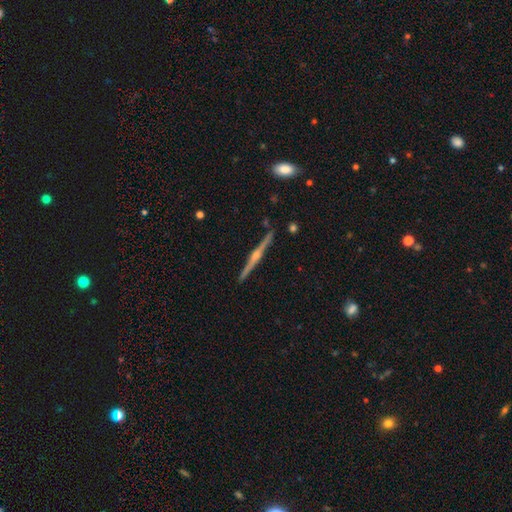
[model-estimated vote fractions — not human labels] This is clearly a featured or disk galaxy (85%). It is clearly viewed edge-on (99%). Edge-on bulge: clearly rounded (89%). Merging: clearly none (91%).